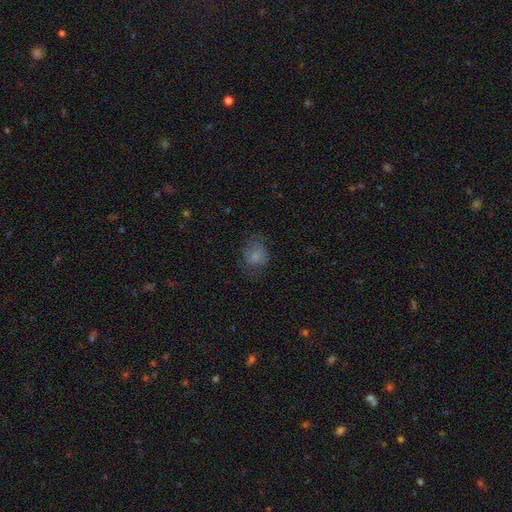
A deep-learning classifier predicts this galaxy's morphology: Overall: smooth (74%). How rounded: round (64%; in between 35%). Merging: none (57%; minor disturbance 24%).